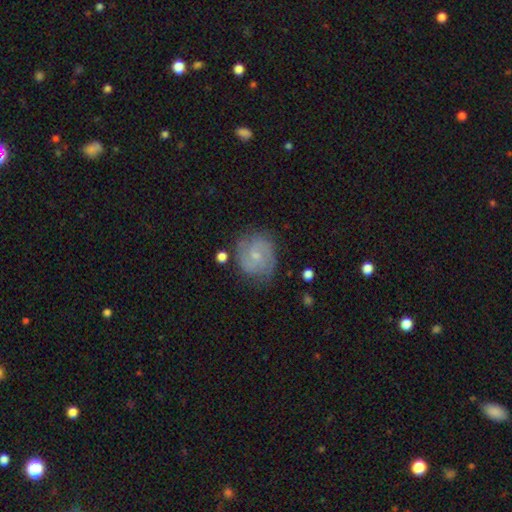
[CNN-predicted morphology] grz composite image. It shows a featured or disk galaxy (68%) with no bar (61%), 2 (59%) tight (48%) spiral arms (91%) and a small central bulge (68%). Merging: none (74%).